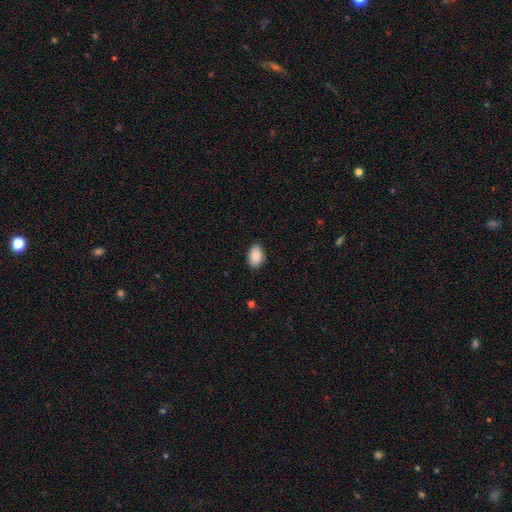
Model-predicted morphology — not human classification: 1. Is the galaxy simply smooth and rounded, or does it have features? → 90% smooth, 7% star or artifact, 3% featured or disk.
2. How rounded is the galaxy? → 89% in between, 10% round, 1% cigar-shaped.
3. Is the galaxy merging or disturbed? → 87% none, 10% minor disturbance, 2% major disturbance, 1% merger.